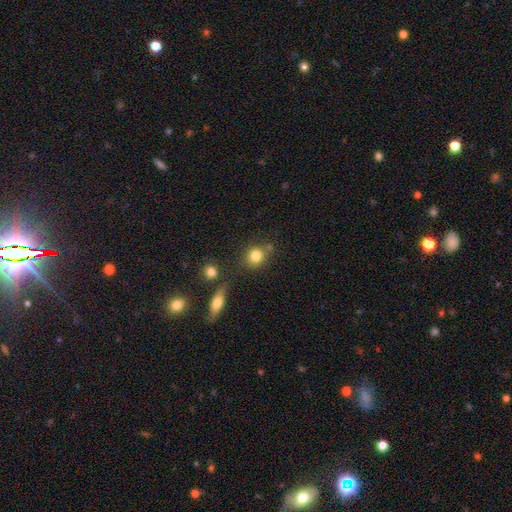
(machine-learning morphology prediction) smooth_or_featured: smooth (p=0.82) [alt: star or artifact p=0.10]
how_rounded: round (p=0.81) [alt: in between p=0.18]
merging: none (p=0.71) [alt: merger p=0.13]